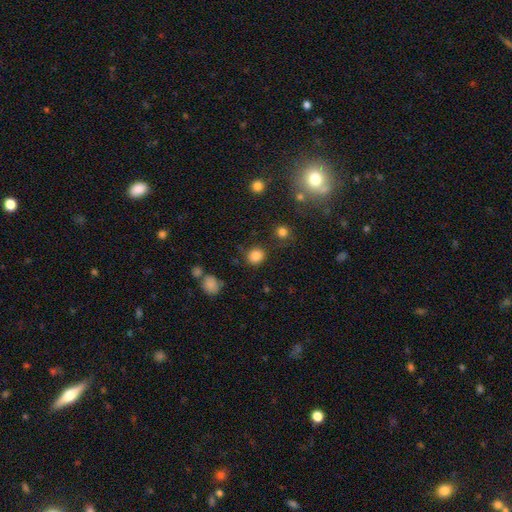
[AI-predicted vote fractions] Overall: smooth (84%). How rounded: round (83%). Merging: none (81%).